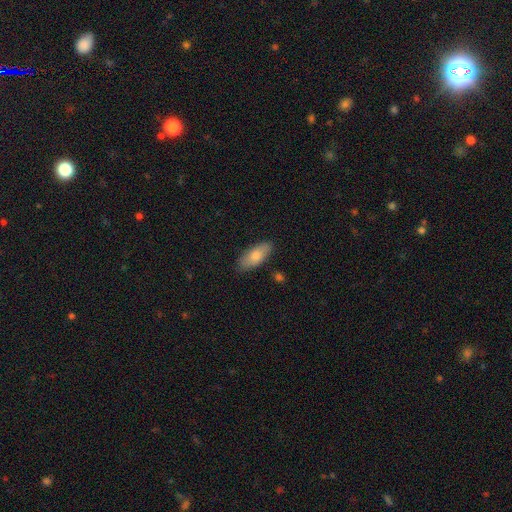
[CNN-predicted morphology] A smooth galaxy with no disk features (73%) that is in between round and cigar-shaped (79%).

Vote fractions:
- Smooth or featured? smooth: 73% / featured or disk: 20% / star or artifact: 6%
- How rounded? in between: 79% / cigar-shaped: 19% / round: 2%
- Merging? none: 85% / minor disturbance: 12% / major disturbance: 2% / merger: 2%